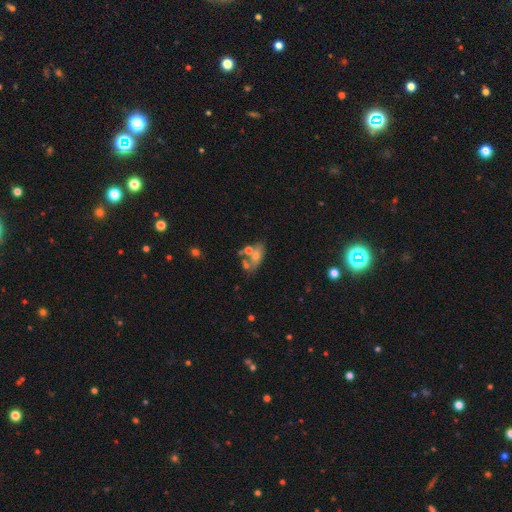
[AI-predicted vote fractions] A smooth galaxy with no disk features (54%) that is in between round and cigar-shaped (80%).

Vote fractions:
- Smooth or featured? smooth: 54% / featured or disk: 34% / star or artifact: 11%
- How rounded? in between: 80% / round: 11% / cigar-shaped: 10%
- Merging? none: 38% / merger: 36% / minor disturbance: 16% / major disturbance: 9%